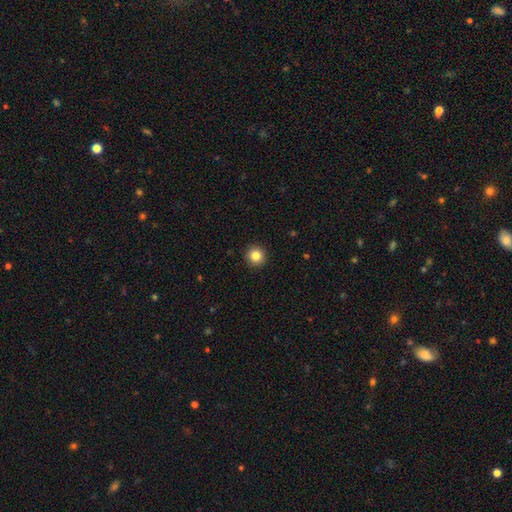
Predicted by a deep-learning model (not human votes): Smooth or featured: smooth — 84% (star or artifact — 10%)
How rounded: round — 95% (in between — 4%)
Merging: none — 93% (minor disturbance — 4%)